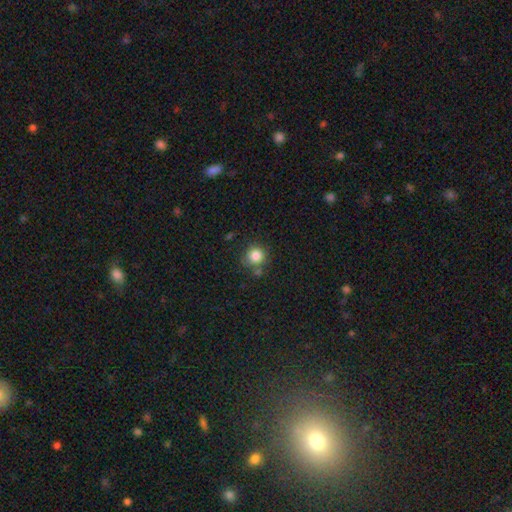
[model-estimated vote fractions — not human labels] This appears to be a smooth galaxy with no disk features (83%) that is round (92%). Merging: none (74%).